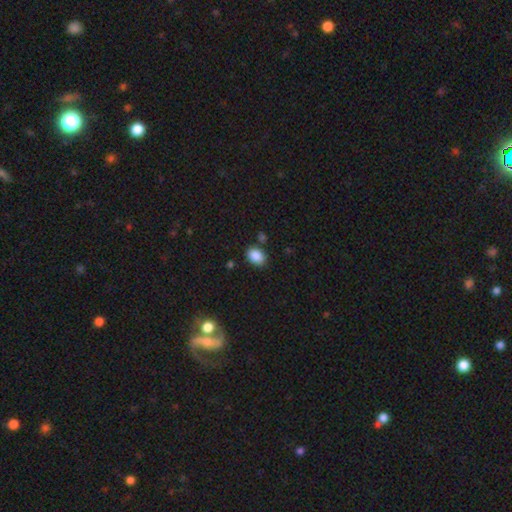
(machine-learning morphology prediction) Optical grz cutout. It shows a smooth galaxy with no disk features (88%) that is in between round and cigar-shaped (75%). Merging: none (80%).